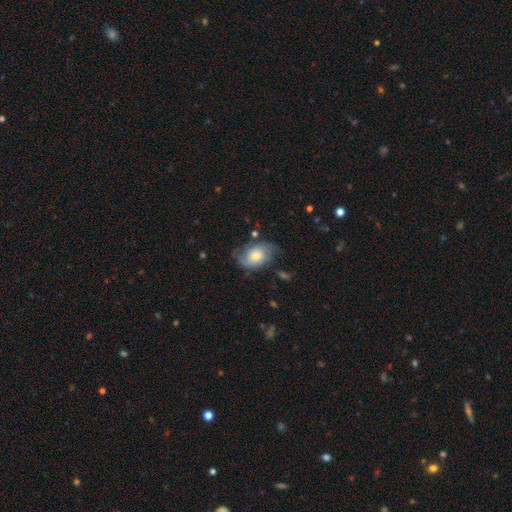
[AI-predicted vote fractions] Morphology: type=featured or disk (52%); edge-on=no (96%); merging=none (56%).